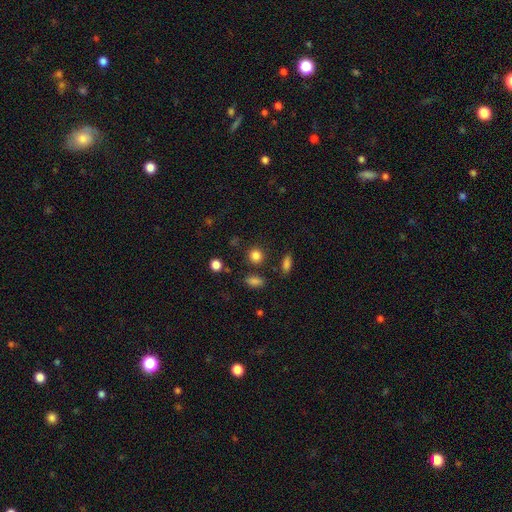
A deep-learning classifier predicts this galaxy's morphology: type=smooth (84%); roundness=round (85%); merging=none (84%).